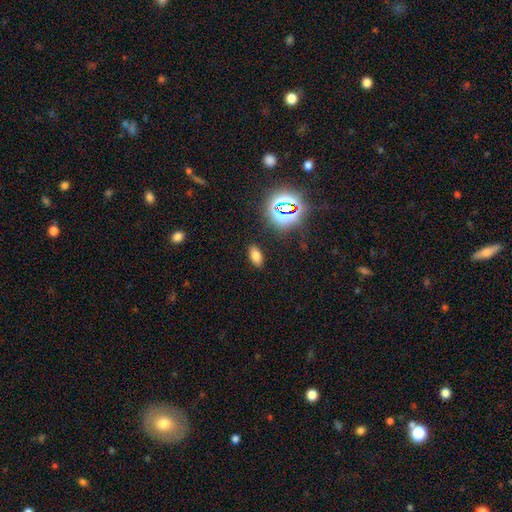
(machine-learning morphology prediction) Smooth or featured? Predicted: smooth (p=0.71). How rounded? Predicted: in between (p=0.88). Merging? Predicted: none (p=0.88).